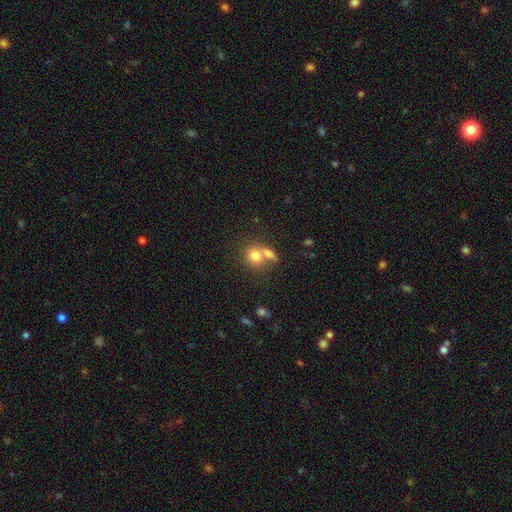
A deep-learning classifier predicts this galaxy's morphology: smooth 77%, featured or disk 13%, star or artifact 10%. Down the decision tree: how rounded — round (69%); merging — merger (47%).